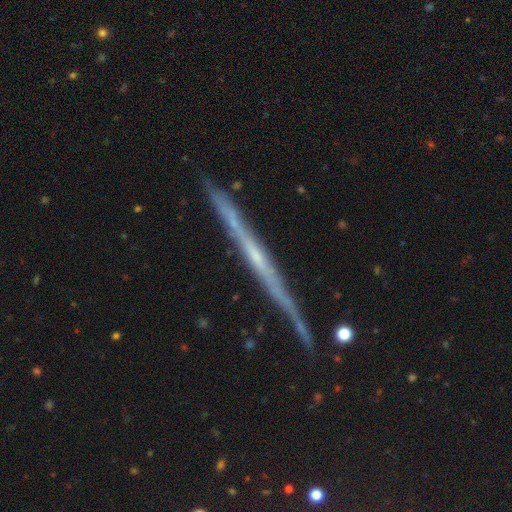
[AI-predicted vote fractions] Overall: featured or disk (77%). Edge-on disk: yes (97%). Edge-on bulge: none (57%; rounded 36%). Merging: none (88%).